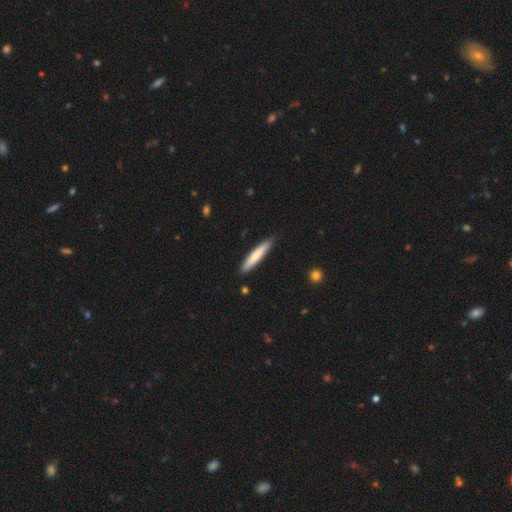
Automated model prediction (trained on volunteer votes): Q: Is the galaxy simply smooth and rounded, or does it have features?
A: smooth — 70%.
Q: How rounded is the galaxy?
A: cigar-shaped — 91%.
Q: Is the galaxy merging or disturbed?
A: none — 88%.